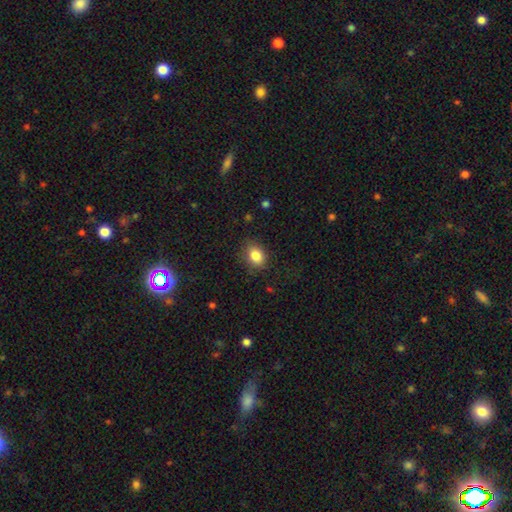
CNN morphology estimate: This is clearly a smooth galaxy (85%). How rounded: likely in between (61%). Merging: clearly none (81%).